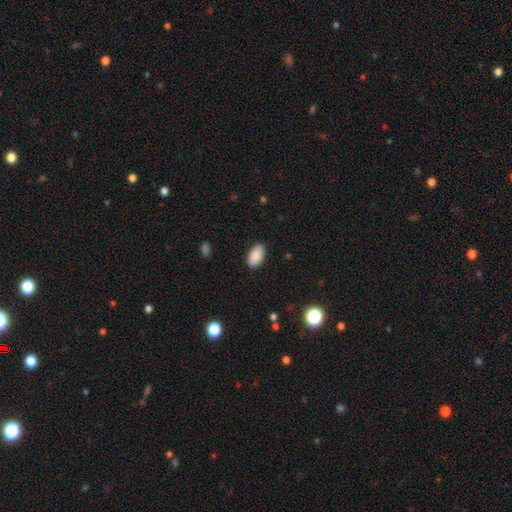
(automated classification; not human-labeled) A smooth galaxy with no disk features (89%) that is in between round and cigar-shaped (95%). Merging: none (88%).